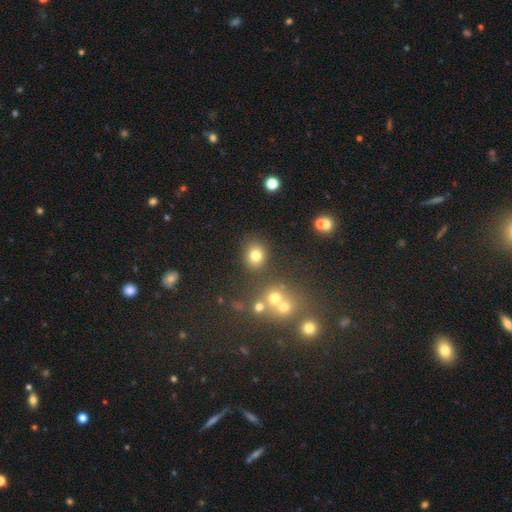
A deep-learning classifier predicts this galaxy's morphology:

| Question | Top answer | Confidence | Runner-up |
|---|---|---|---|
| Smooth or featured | smooth | 76% | star or artifact (16%) |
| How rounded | round | 77% | in between (22%) |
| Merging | none | 79% | minor disturbance (10%) |